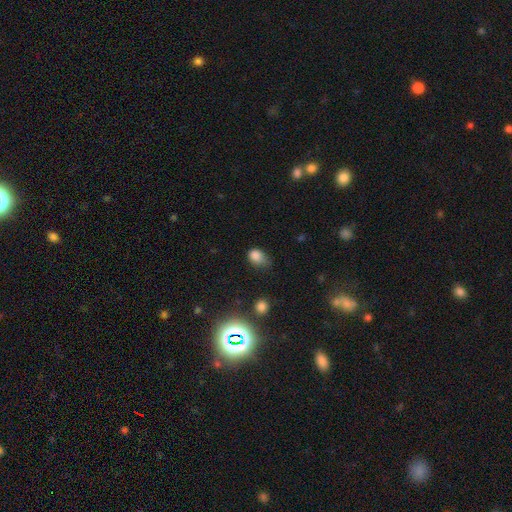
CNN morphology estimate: The model was most divided on "merging": minor disturbance: 43%, none: 35%, major disturbance: 19%, merger: 3%. More confident: smooth or featured — smooth (80%); how rounded — in between (67%).